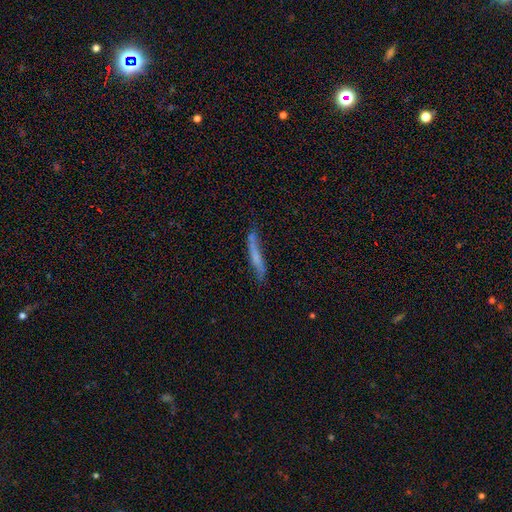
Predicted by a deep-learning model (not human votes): Smooth or featured? smooth (50%)
How rounded? cigar-shaped (92%)
Merging? none (59%)